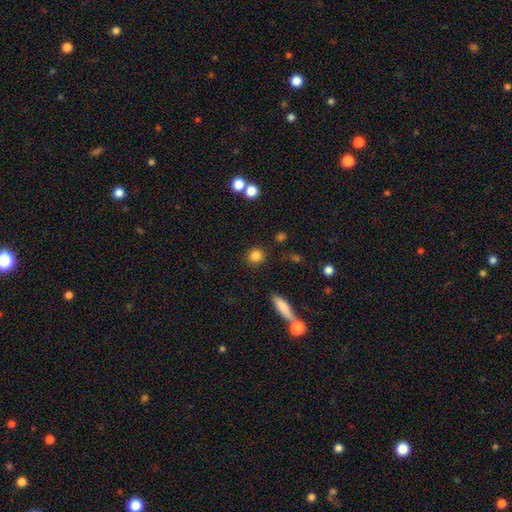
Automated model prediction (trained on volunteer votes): Smooth or featured?
  - smooth: 84% *
  - star or artifact: 10%
  - featured or disk: 6%
How rounded?
  - round: 85% *
  - in between: 13%
  - cigar-shaped: 2%
Merging?
  - none: 87% *
  - minor disturbance: 8%
  - merger: 3%
  - major disturbance: 3%